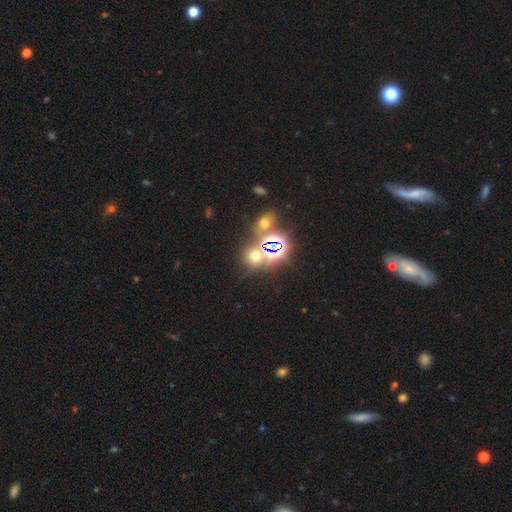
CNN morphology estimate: Smooth or featured? Predicted: star or artifact (p=0.49).